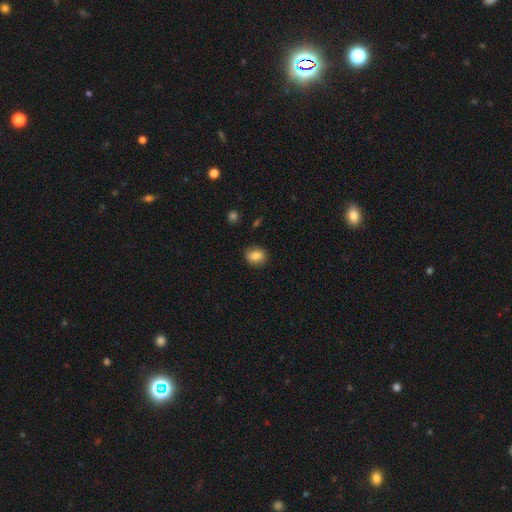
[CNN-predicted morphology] Smooth or featured? Predicted: smooth (p=0.83). How rounded? Predicted: round (p=0.57). Merging? Predicted: none (p=0.87).